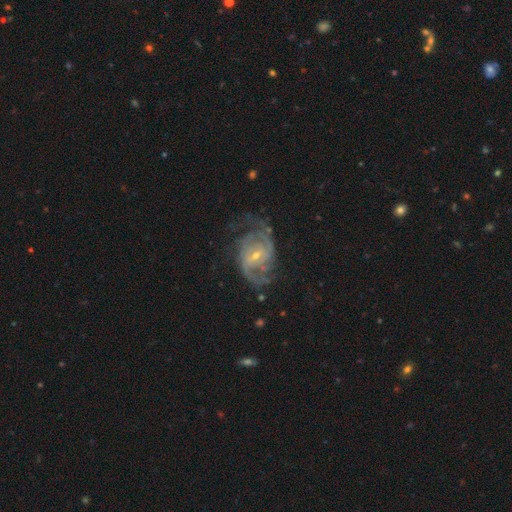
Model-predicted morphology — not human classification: This appears to be a featured or disk galaxy (88%) with a weak bar (46%), 2 (64%) medium (49%) spiral arms (96%) and a small central bulge (70%). Merging: none (63%).